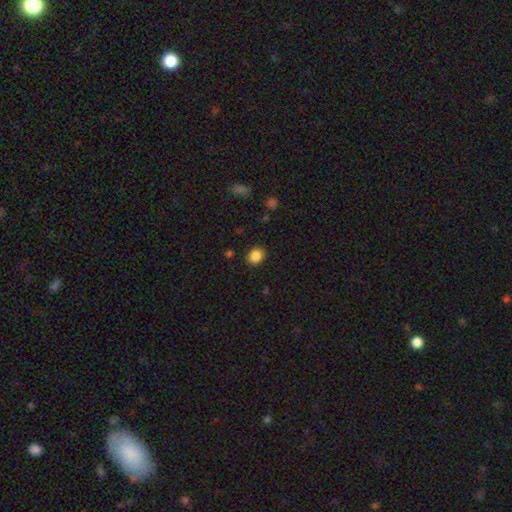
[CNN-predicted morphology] type=smooth (87%); roundness=round (64%); merging=none (89%).